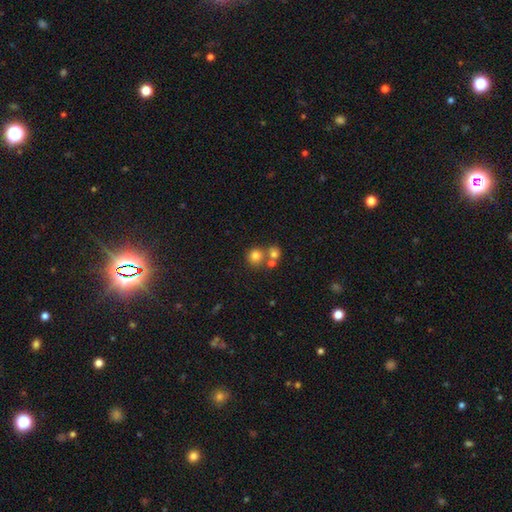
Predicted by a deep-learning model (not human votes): A smooth galaxy with no disk features (76%) that is round (90%).

Vote fractions:
- Smooth or featured? smooth: 76% / star or artifact: 14% / featured or disk: 10%
- How rounded? round: 90% / in between: 9% / cigar-shaped: 1%
- Merging? none: 57% / merger: 33% / minor disturbance: 7% / major disturbance: 3%